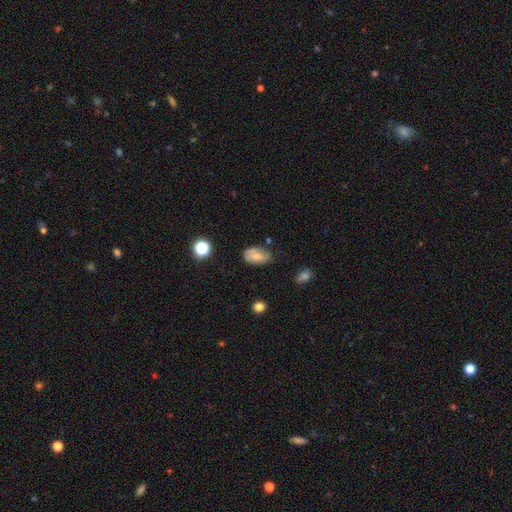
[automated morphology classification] Smooth or featured? Predicted: smooth (p=0.71). How rounded? Predicted: in between (p=0.91). Merging? Predicted: none (p=0.62).